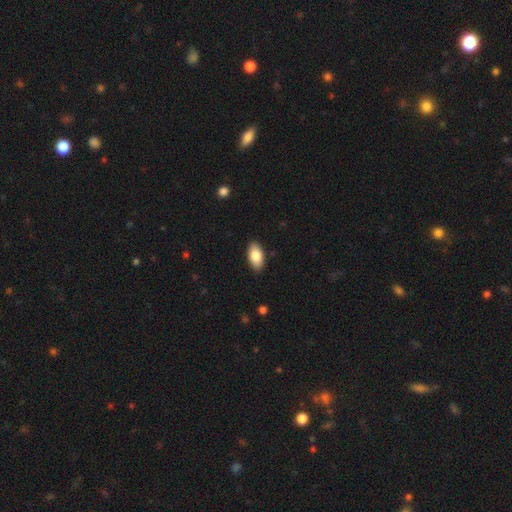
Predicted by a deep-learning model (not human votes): This is clearly a smooth galaxy (84%). How rounded: clearly in between (94%). Merging: clearly none (88%).